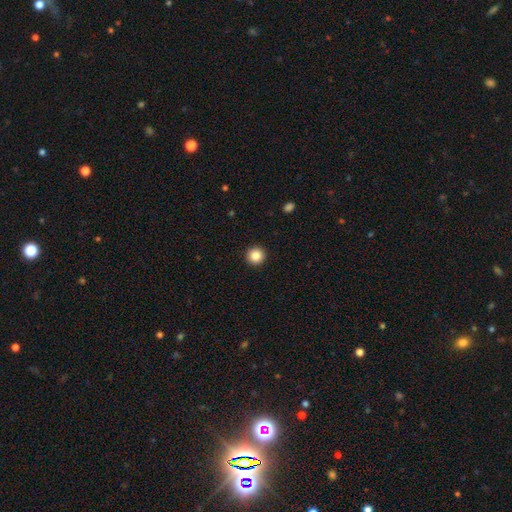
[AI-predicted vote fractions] Morphology: type=smooth (86%); roundness=round (96%); merging=none (93%).